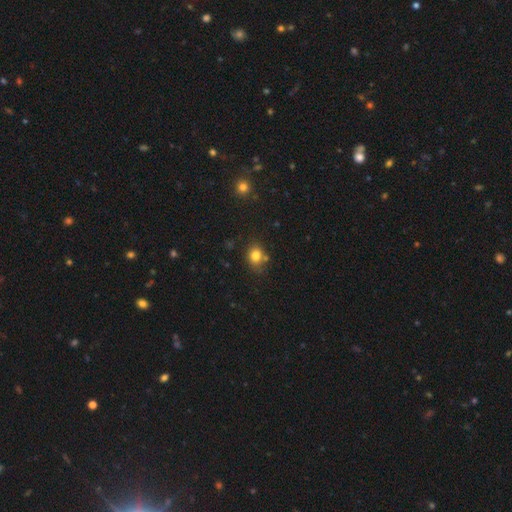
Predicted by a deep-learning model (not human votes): Morphology: type=smooth (81%); roundness=in between (51%); merging=none (67%).